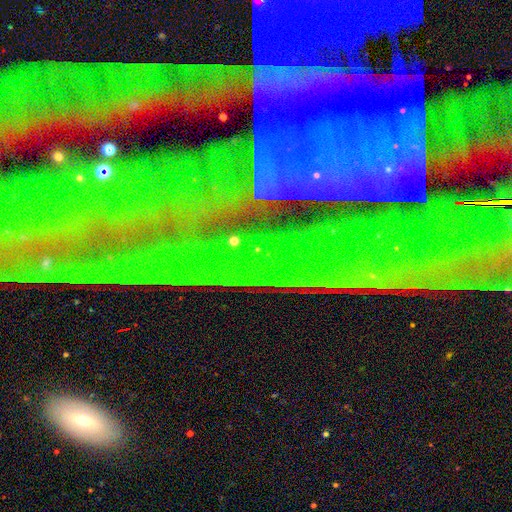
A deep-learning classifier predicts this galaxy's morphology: Overall: star or artifact (74%).